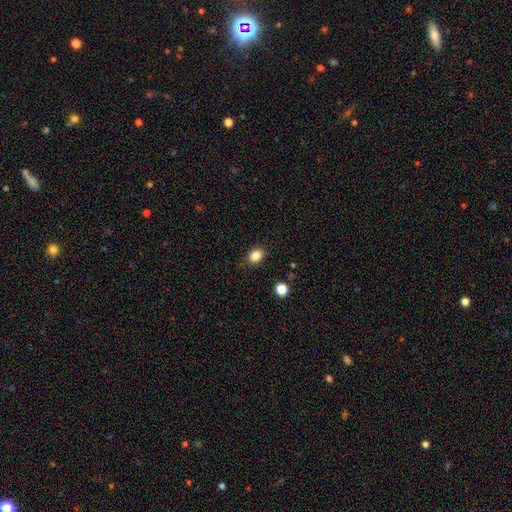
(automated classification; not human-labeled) Morphology: type=smooth (85%); roundness=in between (56%); merging=none (84%).